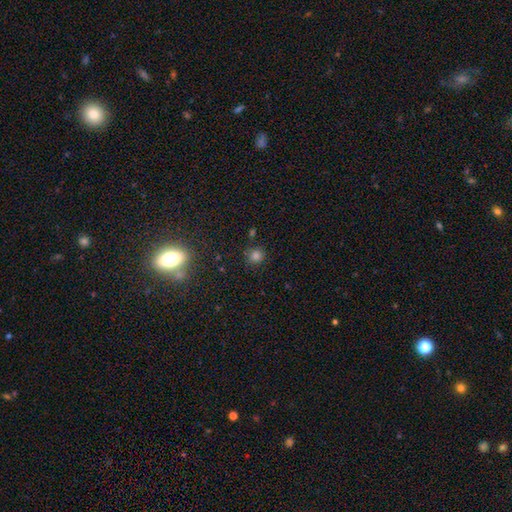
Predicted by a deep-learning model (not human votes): This is likely a smooth galaxy (77%). How rounded: clearly round (90%). Merging: clearly none (81%).